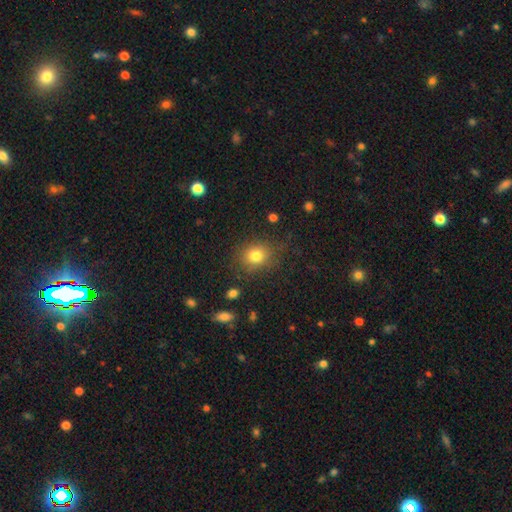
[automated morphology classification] Q: Smooth or featured?
A: smooth (80%); runner-up: star or artifact (12%)
Q: How rounded?
A: round (68%); runner-up: in between (31%)
Q: Merging?
A: none (79%); runner-up: minor disturbance (14%)